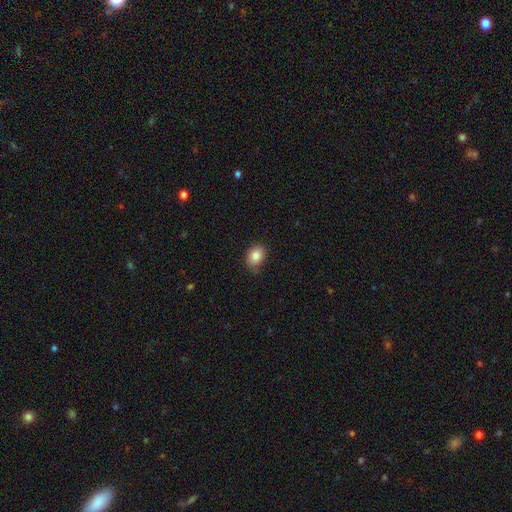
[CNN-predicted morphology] A smooth galaxy with no disk features (82%) that is in between round and cigar-shaped (63%).

Vote fractions:
- Smooth or featured? smooth: 82% / star or artifact: 10% / featured or disk: 8%
- How rounded? in between: 63% / round: 36% / cigar-shaped: 1%
- Merging? none: 76% / minor disturbance: 19% / major disturbance: 3% / merger: 1%